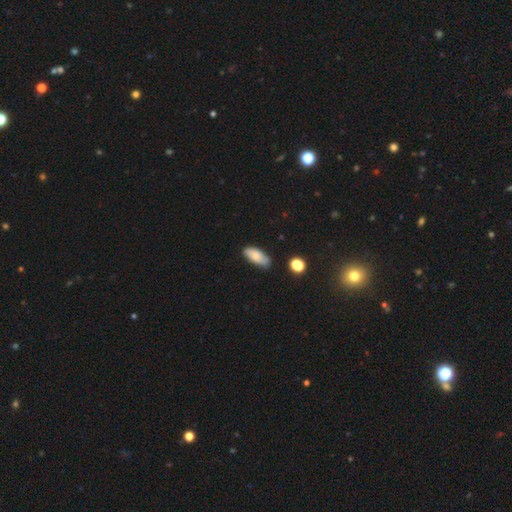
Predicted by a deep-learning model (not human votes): Overall: smooth (80%). How rounded: in between (86%). Merging: none (71%).